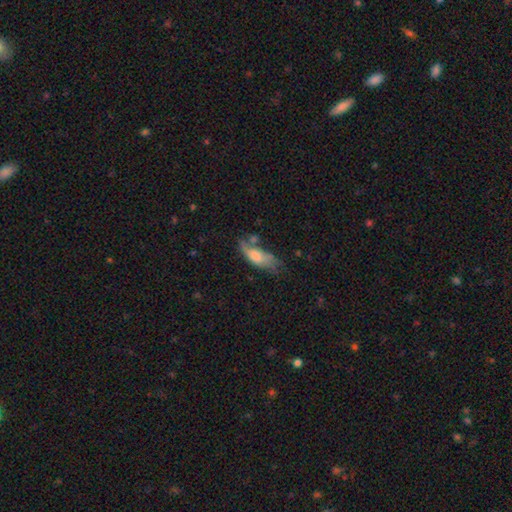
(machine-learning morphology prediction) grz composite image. It shows a smooth galaxy with no disk features (58%) that is in between round and cigar-shaped (70%). Merging: none (39%).